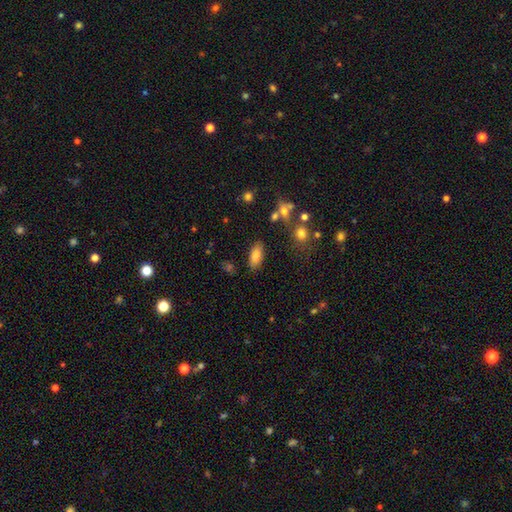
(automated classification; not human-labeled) This appears to be a smooth galaxy with no disk features (82%) that is in between round and cigar-shaped (88%). Merging: none (82%).